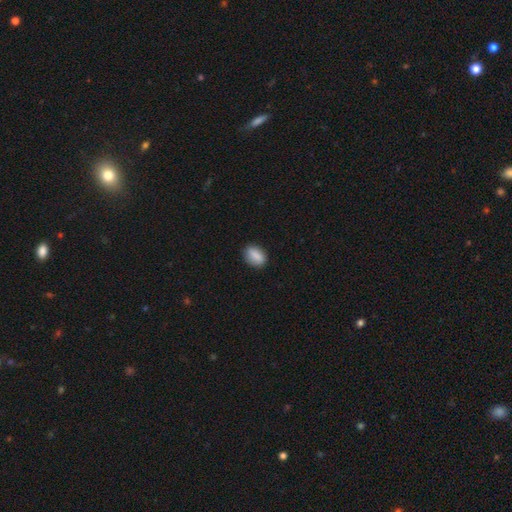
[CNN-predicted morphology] smooth_or_featured: smooth (p=0.85) [alt: featured or disk p=0.08]
how_rounded: in between (p=0.83) [alt: round p=0.14]
merging: none (p=0.84) [alt: minor disturbance p=0.12]